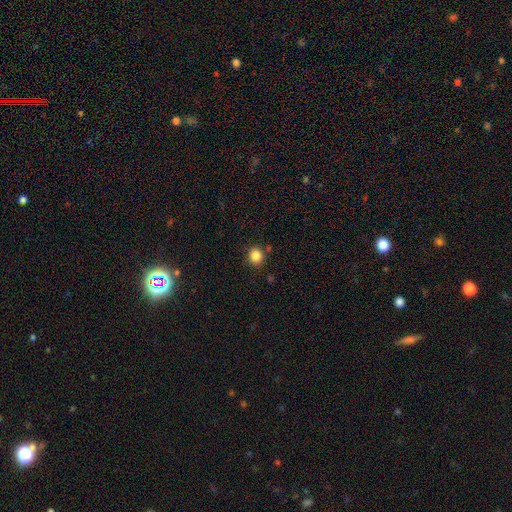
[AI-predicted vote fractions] Morphology: type=smooth (86%); roundness=round (88%); merging=none (84%).